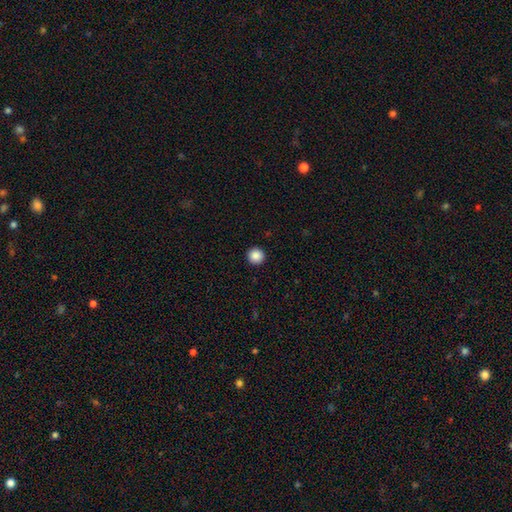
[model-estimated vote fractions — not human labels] Smooth or featured? Predicted: smooth (p=0.88). How rounded? Predicted: round (p=0.96). Merging? Predicted: none (p=0.94).